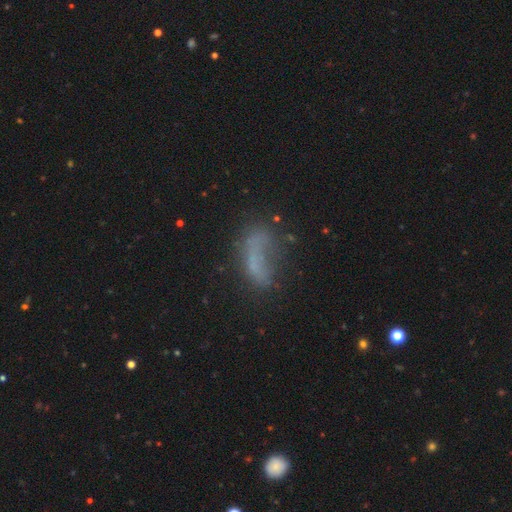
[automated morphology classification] smooth_or_featured: smooth (p=0.50) [alt: featured or disk p=0.31]
merging: none (p=0.37) [alt: major disturbance p=0.30]